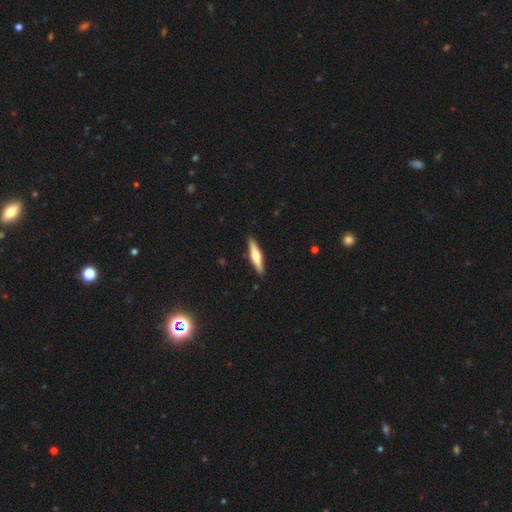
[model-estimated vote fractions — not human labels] This appears to be a featured or disk galaxy (61%) viewed edge-on (97%) with a rounded central bulge (93%). Merging: none (91%).